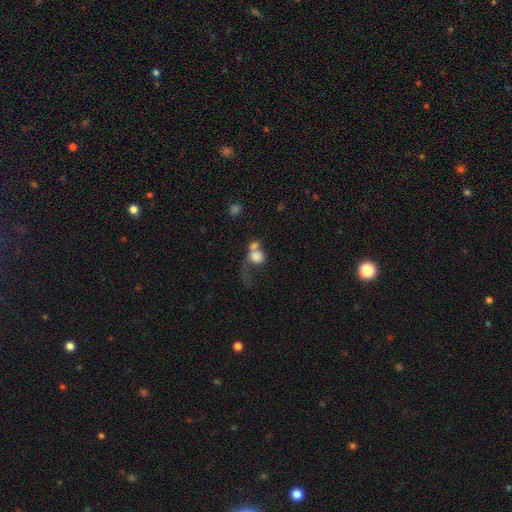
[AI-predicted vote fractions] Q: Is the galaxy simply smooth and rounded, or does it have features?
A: smooth — 70%.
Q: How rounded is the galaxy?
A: round — 66%.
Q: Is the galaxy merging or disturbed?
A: merger — 50%.